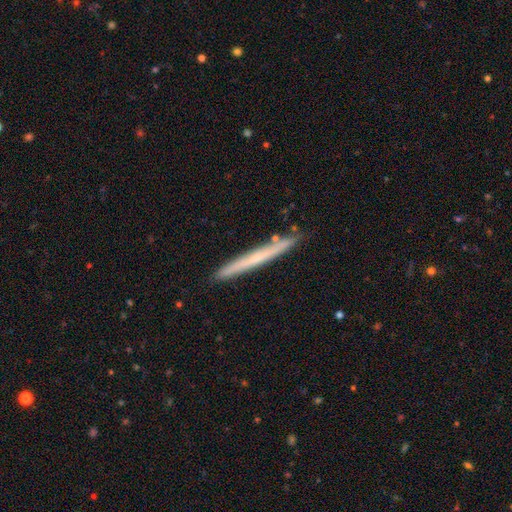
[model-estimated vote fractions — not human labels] featured or disk 53%, smooth 39%, star or artifact 8%. Down the decision tree: edge-on disk — yes (95%); edge-on bulge — none (71%); merging — none (87%).